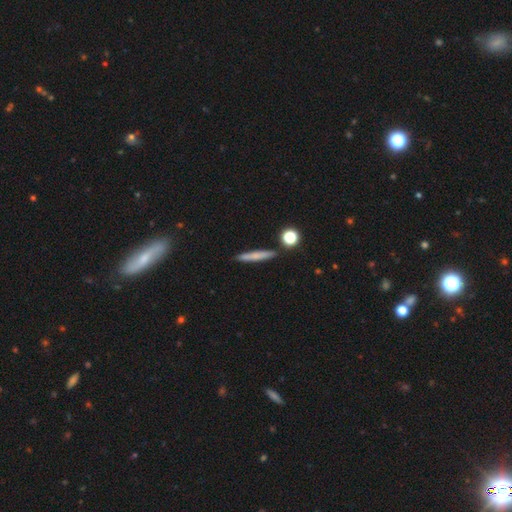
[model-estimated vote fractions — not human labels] Smooth or featured? smooth (68%)
How rounded? cigar-shaped (91%)
Merging? none (87%)